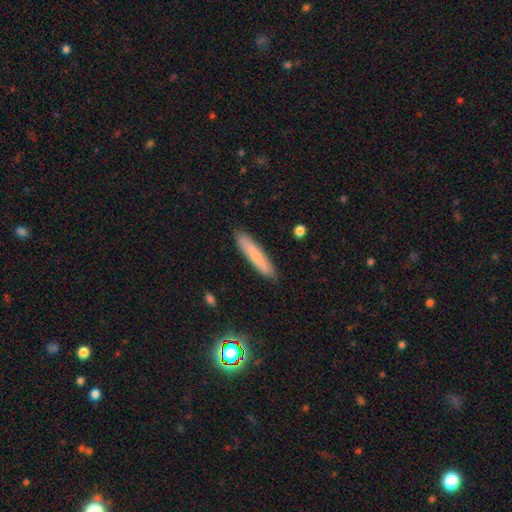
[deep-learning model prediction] A smooth galaxy with no disk features (68%) that is cigar-shaped (89%).

Vote fractions:
- Smooth or featured? smooth: 68% / featured or disk: 24% / star or artifact: 8%
- How rounded? cigar-shaped: 89% / in between: 9% / round: 1%
- Merging? none: 87% / minor disturbance: 9% / major disturbance: 2% / merger: 1%